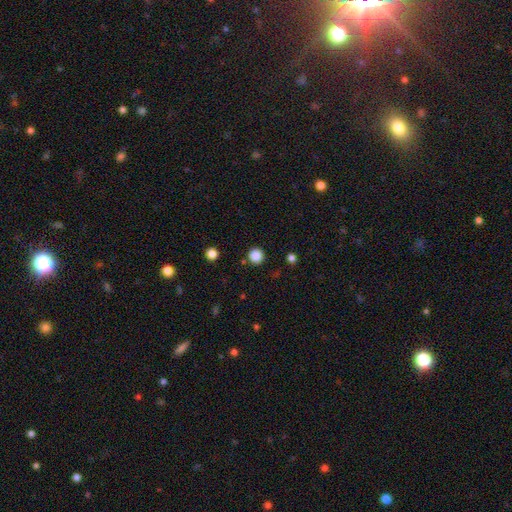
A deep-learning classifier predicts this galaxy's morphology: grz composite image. It shows a smooth galaxy with no disk features (86%) that is round (95%). Merging: none (90%).